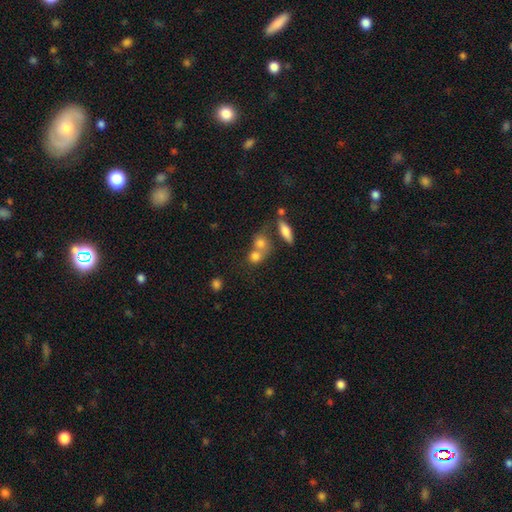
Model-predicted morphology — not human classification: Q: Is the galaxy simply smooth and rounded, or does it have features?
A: smooth — 75%.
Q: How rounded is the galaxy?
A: round — 69%.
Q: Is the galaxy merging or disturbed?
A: merger — 54%.